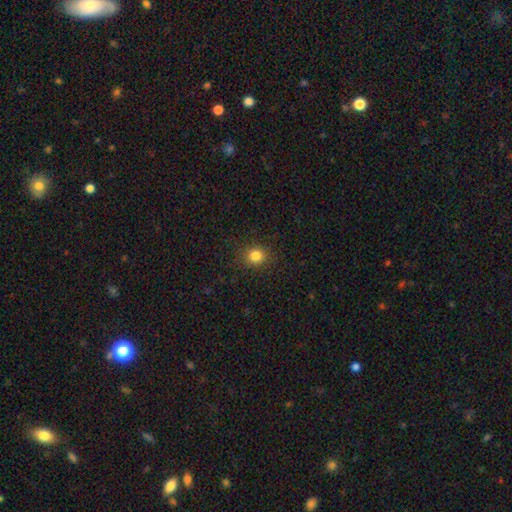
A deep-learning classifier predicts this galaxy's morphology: Smooth or featured?
  - smooth: 82% *
  - star or artifact: 13%
  - featured or disk: 5%
How rounded?
  - round: 79% *
  - in between: 20%
  - cigar-shaped: 1%
Merging?
  - none: 89% *
  - minor disturbance: 8%
  - major disturbance: 3%
  - merger: 1%